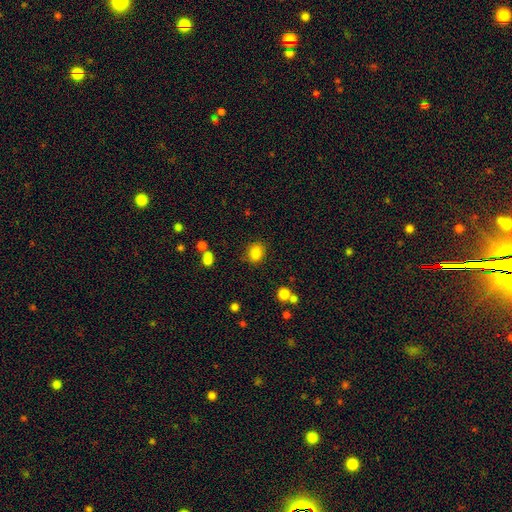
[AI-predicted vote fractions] This appears to be a smooth galaxy with no disk features (85%) that is round (51%). Merging: none (79%).